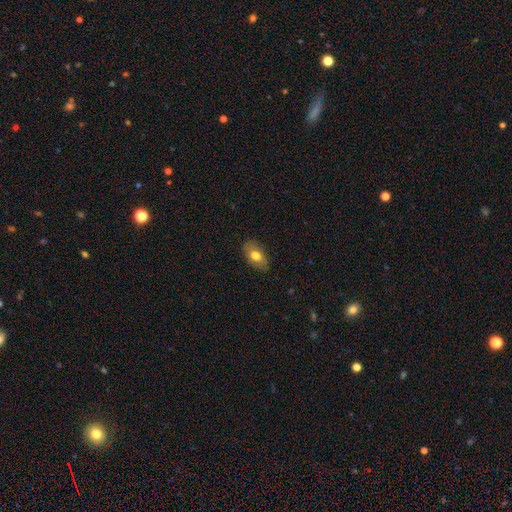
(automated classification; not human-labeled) Smooth or featured? smooth (69%)
How rounded? in between (91%)
Merging? none (83%)